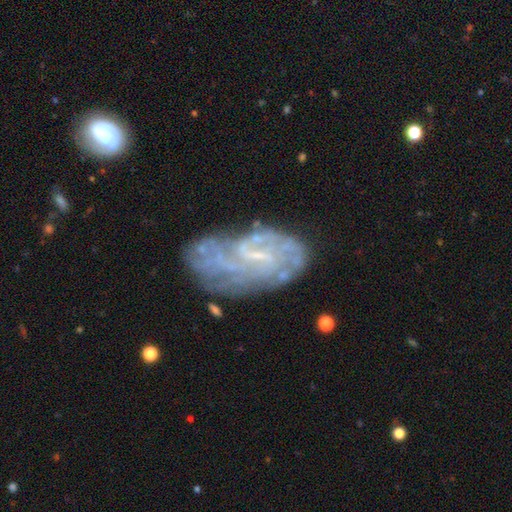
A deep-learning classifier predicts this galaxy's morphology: A featured or disk galaxy (79%) with a weak bar (49%), tight (53%) spiral arms (82%) and a small central bulge (54%).

Vote fractions:
- Smooth or featured? featured or disk: 79% / smooth: 13% / star or artifact: 9%
- Edge-on disk? no: 96% / yes: 4%
- Bar? weak: 49% / no: 33% / strong: 18%
- Spiral arms? yes: 82% / no: 18%
- Spiral winding? tight: 53% / medium: 33% / loose: 14%
- Spiral arm count? can't tell: 48% / 2: 15% / 3: 13% / 4: 11% / more than 4: 6% / 1: 6%
- Bulge size? small: 54% / none: 31% / moderate: 13% / large: 1% / dominant: 1%
- Merging? none: 60% / minor disturbance: 22% / major disturbance: 14% / merger: 4%